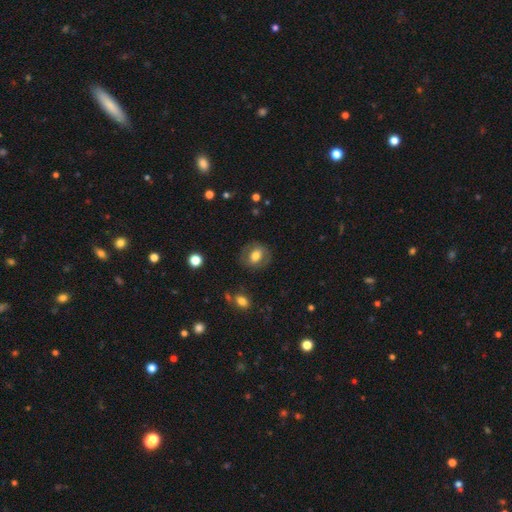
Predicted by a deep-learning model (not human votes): This is possibly a smooth galaxy (57%). How rounded: possibly round (54%). Merging: likely none (78%).